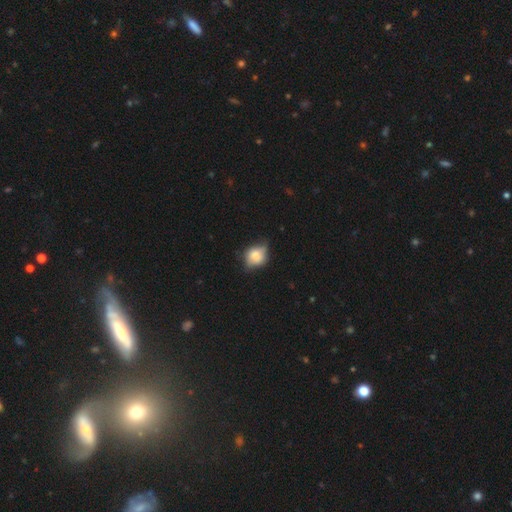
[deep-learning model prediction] This appears to be a smooth galaxy with no disk features (70%) that is round (56%). Merging: none (49%).